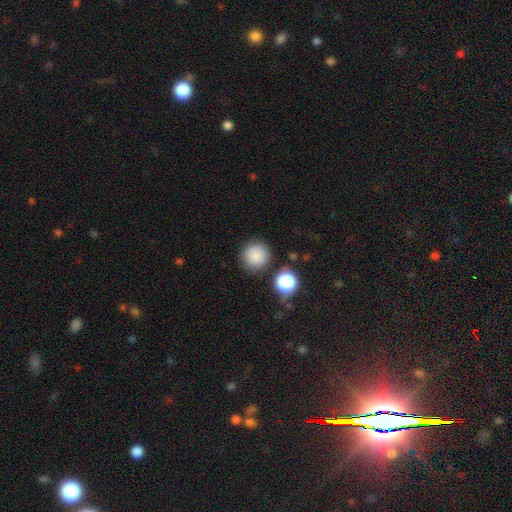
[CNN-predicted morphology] A smooth galaxy with no disk features (85%) that is round (94%). Merging: none (85%).